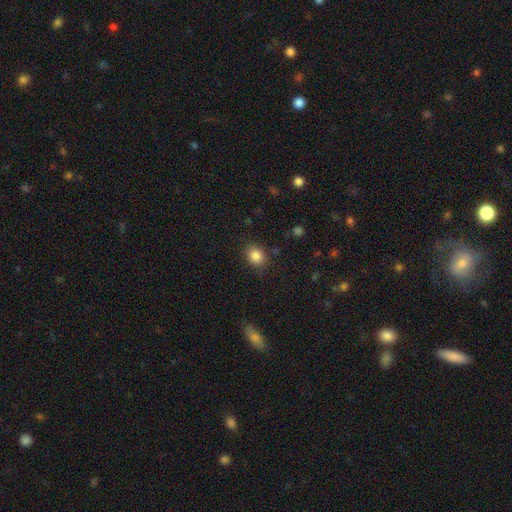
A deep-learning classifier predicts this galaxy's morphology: Smooth or featured?
  - smooth: 85% *
  - star or artifact: 10%
  - featured or disk: 5%
How rounded?
  - round: 62% *
  - in between: 37%
  - cigar-shaped: 1%
Merging?
  - none: 83% *
  - minor disturbance: 12%
  - major disturbance: 3%
  - merger: 2%